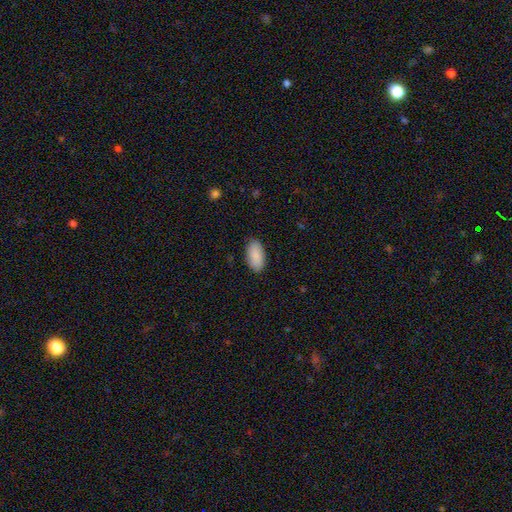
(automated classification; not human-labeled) A smooth galaxy with no disk features (90%) that is in between round and cigar-shaped (95%). Merging: none (87%).